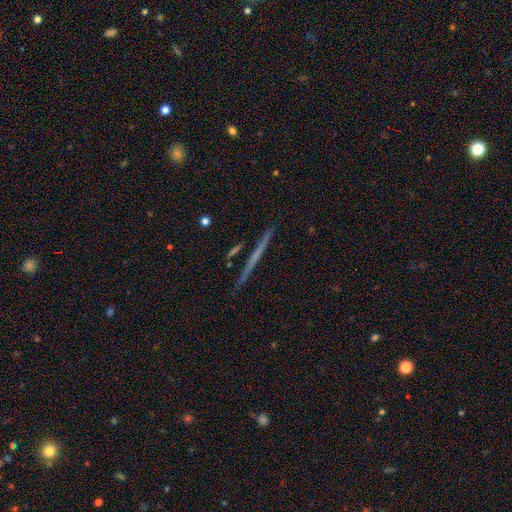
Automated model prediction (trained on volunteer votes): Q: Smooth or featured?
A: featured or disk (57%); runner-up: smooth (36%)
Q: Edge-on disk?
A: yes (98%); runner-up: no (2%)
Q: Edge-on bulge?
A: none (90%); runner-up: rounded (7%)
Q: Merging?
A: none (91%); runner-up: minor disturbance (6%)